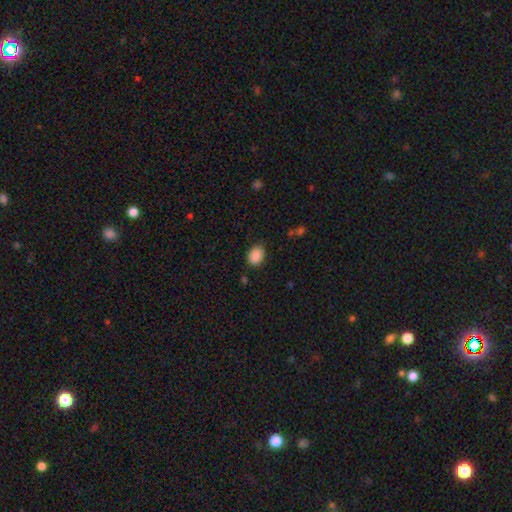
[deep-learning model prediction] Morphology: type=smooth (89%); roundness=in between (73%); merging=none (85%).